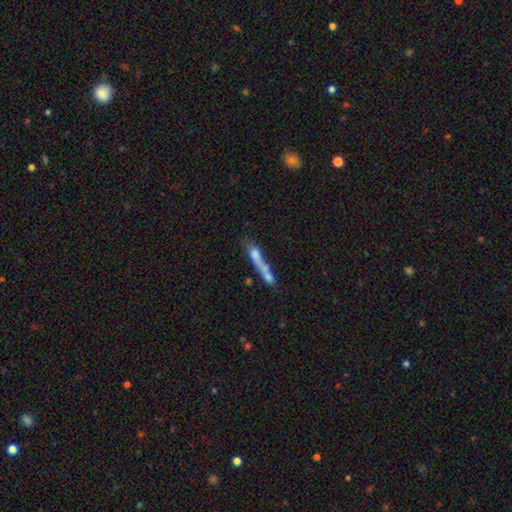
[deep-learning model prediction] smooth 58%, featured or disk 32%, star or artifact 11%. Down the decision tree: how rounded — cigar-shaped (74%); merging — merger (47%).